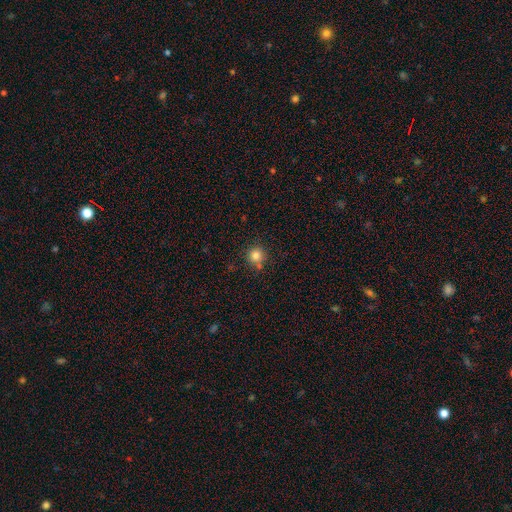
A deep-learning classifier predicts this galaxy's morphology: This is clearly a smooth galaxy (82%). How rounded: clearly round (93%). Merging: likely none (76%).